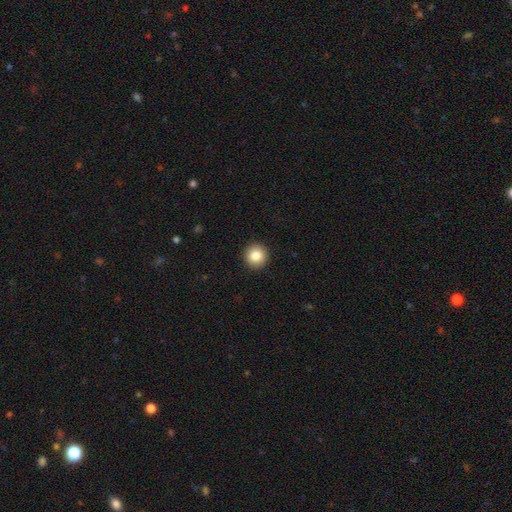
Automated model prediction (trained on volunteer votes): Morphology: type=smooth (85%); roundness=round (94%); merging=none (93%).